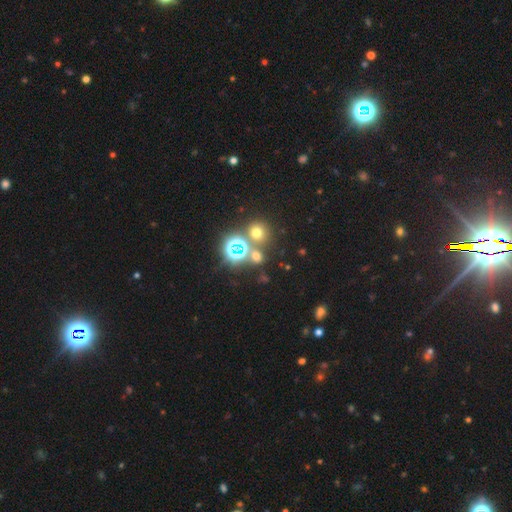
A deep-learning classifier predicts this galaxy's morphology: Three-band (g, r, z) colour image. It shows a star or artifact, not a galaxy (47%).